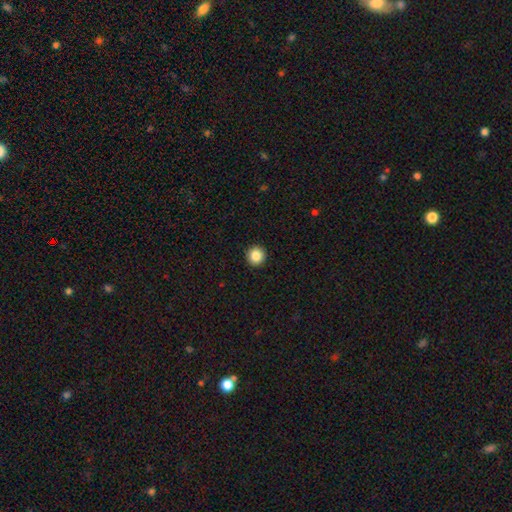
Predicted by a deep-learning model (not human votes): Smooth or featured? Predicted: smooth (p=0.87). How rounded? Predicted: round (p=0.95). Merging? Predicted: none (p=0.93).